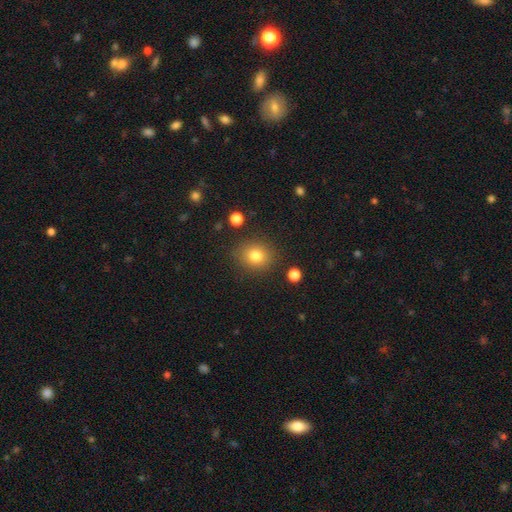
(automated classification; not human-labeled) Smooth or featured: smooth — 80% (star or artifact — 12%)
How rounded: round — 72% (in between — 27%)
Merging: none — 85% (minor disturbance — 9%)